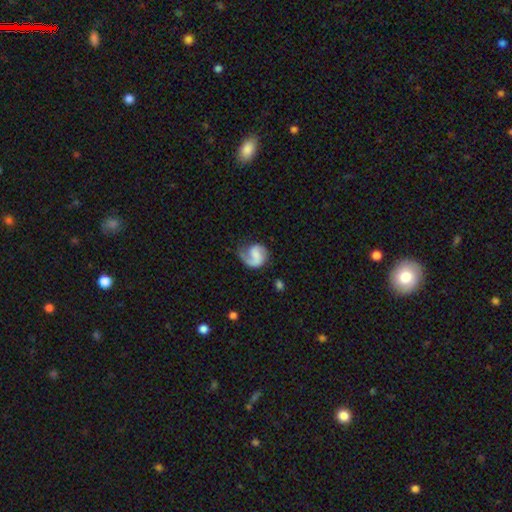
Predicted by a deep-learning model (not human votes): Smooth or featured: featured or disk — 70% (smooth — 24%)
Edge-on disk: no — 98% (yes — 2%)
Bar: no — 45% (weak — 42%)
Spiral arms: yes — 94% (no — 6%)
Spiral winding: medium — 41% (loose — 37%)
Spiral arm count: 1 — 55% (2 — 39%)
Bulge size: none — 48% (small — 26%)
Merging: none — 51% (major disturbance — 24%)